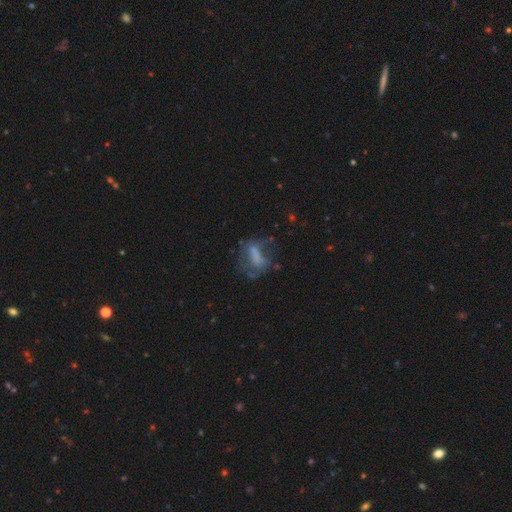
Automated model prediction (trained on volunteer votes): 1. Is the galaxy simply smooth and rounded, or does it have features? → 45% smooth, 40% featured or disk, 14% star or artifact.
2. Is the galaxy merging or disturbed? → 39% none, 33% major disturbance, 22% minor disturbance, 6% merger.